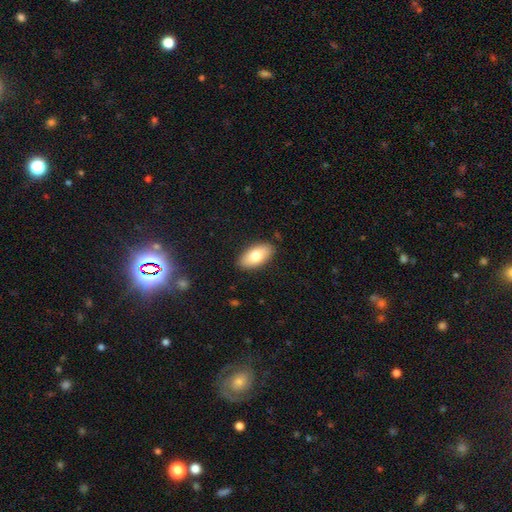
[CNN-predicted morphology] Smooth or featured? smooth (76%)
How rounded? in between (93%)
Merging? none (87%)